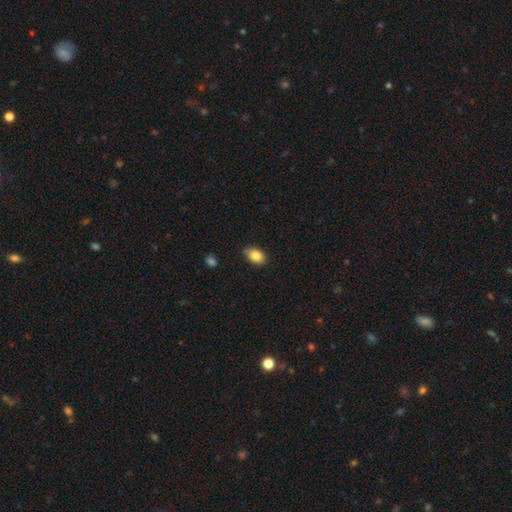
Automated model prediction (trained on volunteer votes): This appears to be a smooth galaxy with no disk features (84%) that is in between round and cigar-shaped (85%). Merging: none (78%).